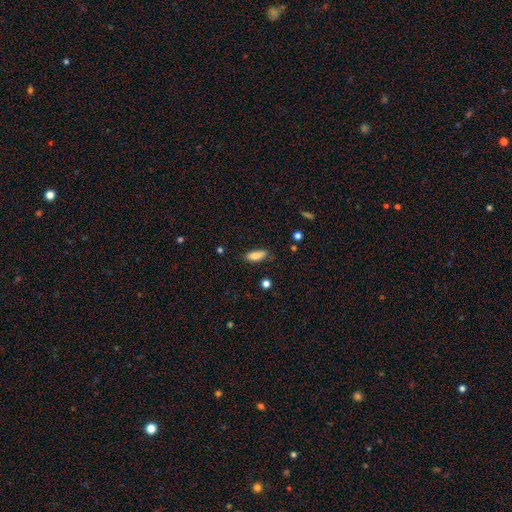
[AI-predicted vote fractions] A smooth galaxy with no disk features (81%) that is in between round and cigar-shaped (72%). Merging: none (73%).